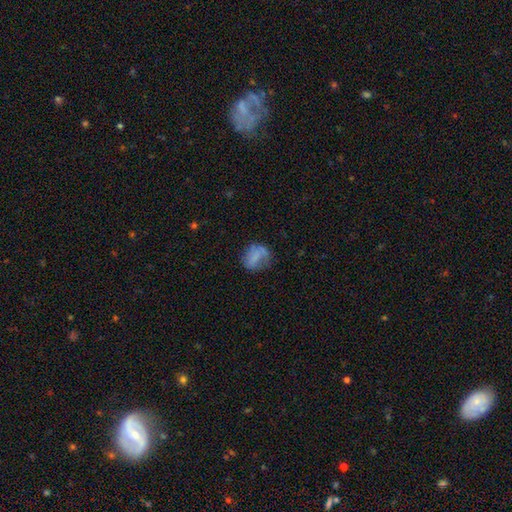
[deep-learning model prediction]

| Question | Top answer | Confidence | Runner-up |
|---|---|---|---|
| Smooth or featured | smooth | 68% | featured or disk (21%) |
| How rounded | round | 53% | in between (45%) |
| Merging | none | 49% | minor disturbance (28%) |